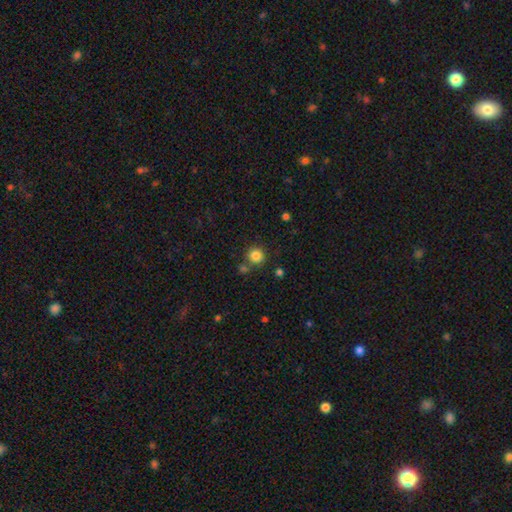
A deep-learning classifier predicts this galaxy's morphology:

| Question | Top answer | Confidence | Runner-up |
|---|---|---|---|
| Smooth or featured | smooth | 84% | star or artifact (11%) |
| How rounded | round | 91% | in between (8%) |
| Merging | none | 74% | merger (13%) |